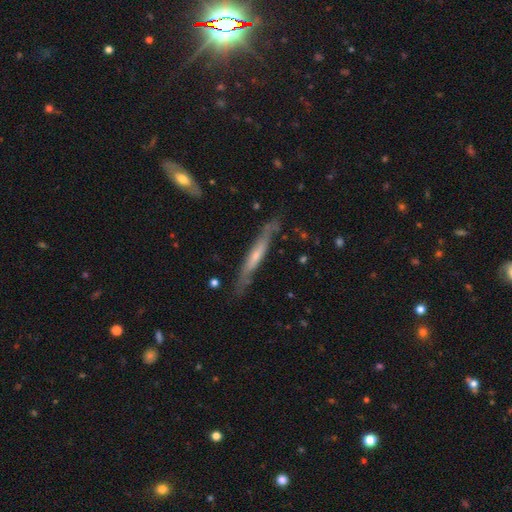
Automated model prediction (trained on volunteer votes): Smooth or featured?
  - featured or disk: 62% *
  - smooth: 33%
  - star or artifact: 6%
Edge-on disk?
  - yes: 87% *
  - no: 13%
Edge-on bulge?
  - none: 51% *
  - rounded: 41%
  - boxy: 9%
Merging?
  - none: 77% *
  - minor disturbance: 18%
  - major disturbance: 4%
  - merger: 2%